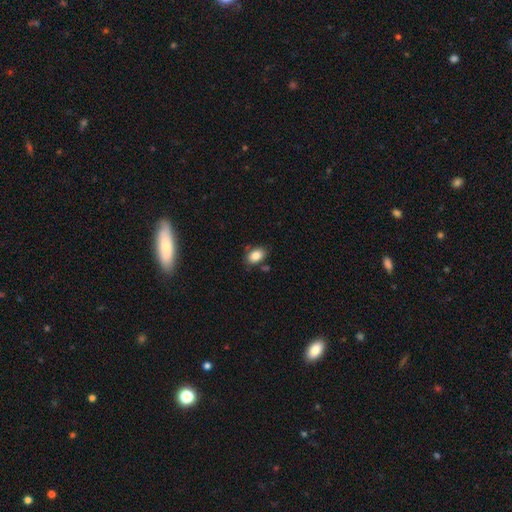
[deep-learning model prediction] This is clearly a smooth galaxy (85%). How rounded: clearly in between (83%). Merging: likely none (76%).